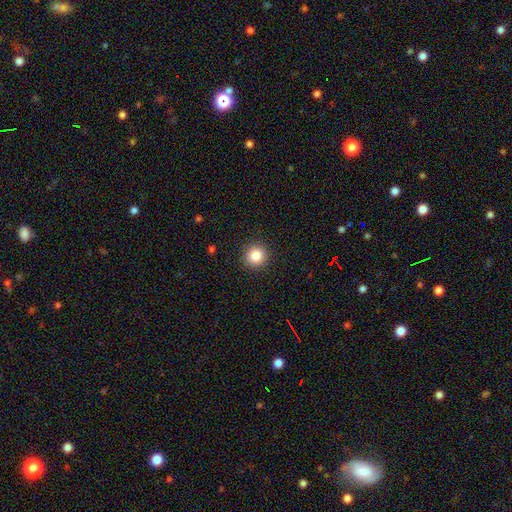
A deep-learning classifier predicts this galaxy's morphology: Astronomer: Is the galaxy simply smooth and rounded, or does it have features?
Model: smooth — 85%.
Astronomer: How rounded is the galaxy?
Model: round — 95%.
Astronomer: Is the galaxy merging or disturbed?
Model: none — 92%.